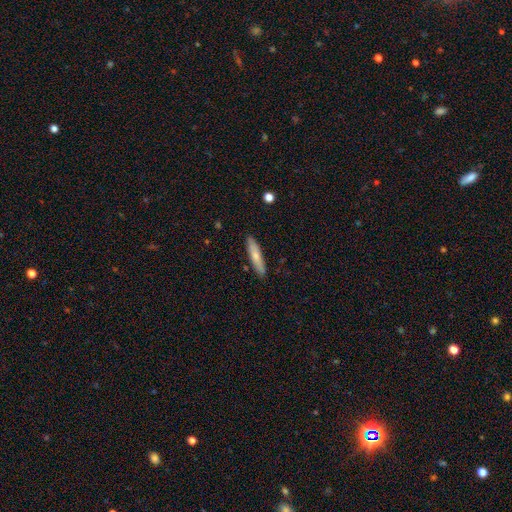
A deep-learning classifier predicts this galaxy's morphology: Smooth or featured: smooth — 69% (featured or disk — 25%)
How rounded: cigar-shaped — 84% (in between — 15%)
Merging: none — 88% (minor disturbance — 9%)